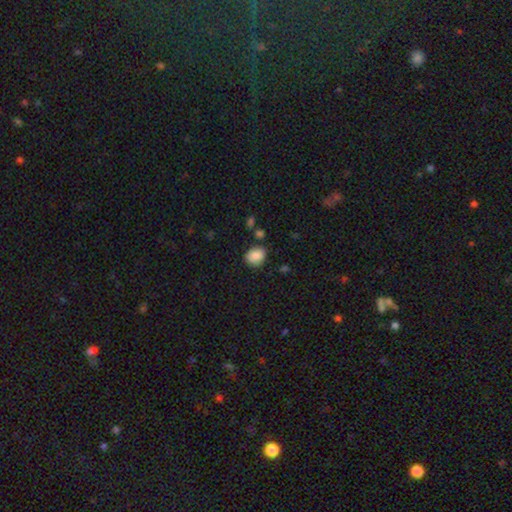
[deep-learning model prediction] smooth_or_featured: smooth (p=0.86) [alt: star or artifact p=0.08]
how_rounded: round (p=0.54) [alt: in between p=0.45]
merging: none (p=0.75) [alt: minor disturbance p=0.17]